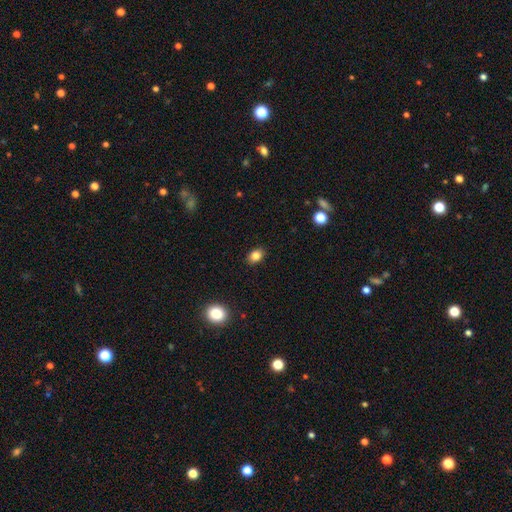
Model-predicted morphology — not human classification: Smooth or featured?
  - smooth: 84% *
  - star or artifact: 11%
  - featured or disk: 6%
How rounded?
  - in between: 69% *
  - round: 29%
  - cigar-shaped: 1%
Merging?
  - none: 89% *
  - minor disturbance: 8%
  - major disturbance: 2%
  - merger: 1%